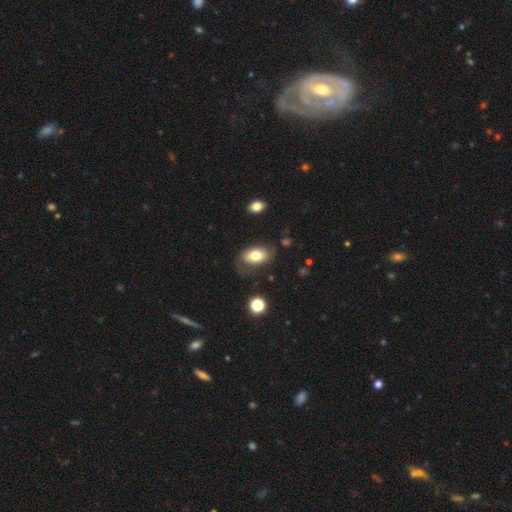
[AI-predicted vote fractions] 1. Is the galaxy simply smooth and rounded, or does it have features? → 71% smooth, 21% featured or disk, 8% star or artifact.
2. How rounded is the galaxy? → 89% in between, 10% round, 2% cigar-shaped.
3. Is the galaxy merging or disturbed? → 59% none, 23% minor disturbance, 15% major disturbance, 3% merger.